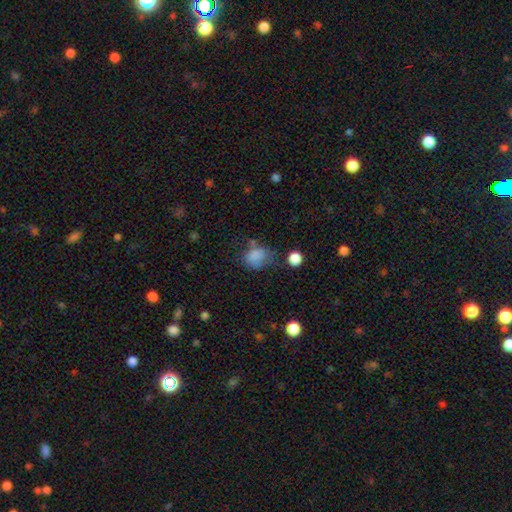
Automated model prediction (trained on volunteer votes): Q: Smooth or featured?
A: smooth (79%); runner-up: star or artifact (12%)
Q: How rounded?
A: in between (53%); runner-up: round (46%)
Q: Merging?
A: none (44%); runner-up: minor disturbance (30%)